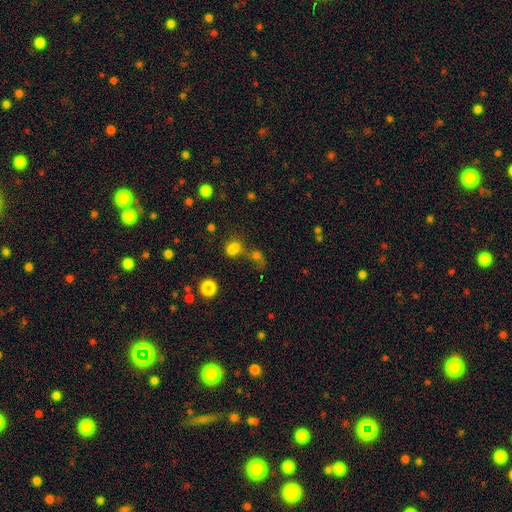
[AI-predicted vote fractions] Morphology: type=smooth (49%); merging=none (40%).